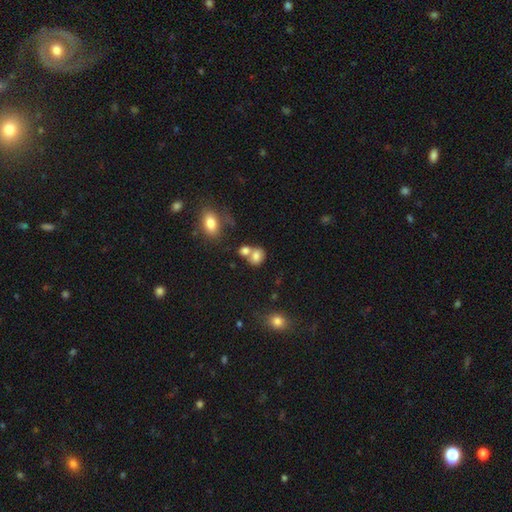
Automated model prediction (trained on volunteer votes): Smooth or featured?
  - smooth: 77% *
  - featured or disk: 12%
  - star or artifact: 11%
How rounded?
  - in between: 50% *
  - round: 49%
  - cigar-shaped: 1%
Merging?
  - merger: 45% *
  - none: 38%
  - minor disturbance: 11%
  - major disturbance: 5%